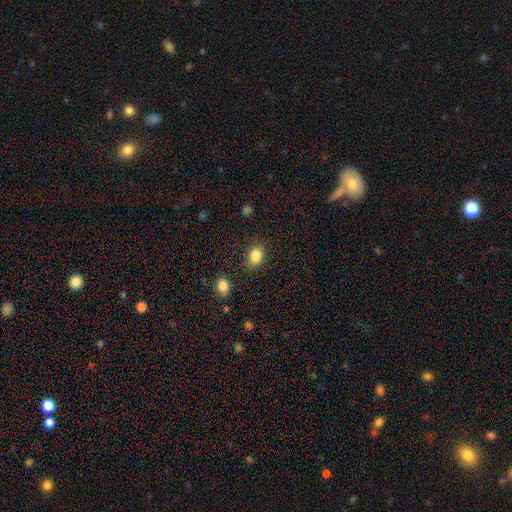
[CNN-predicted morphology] This is clearly a smooth galaxy (86%). How rounded: likely in between (67%). Merging: clearly none (81%).